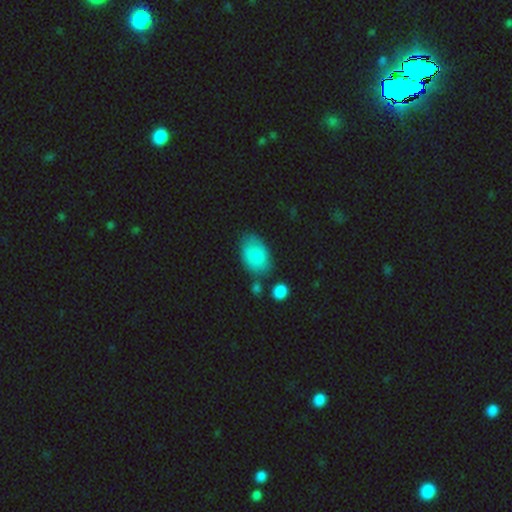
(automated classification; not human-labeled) Q: Smooth or featured?
A: smooth (84%); runner-up: featured or disk (9%)
Q: How rounded?
A: in between (89%); runner-up: round (10%)
Q: Merging?
A: none (67%); runner-up: minor disturbance (20%)